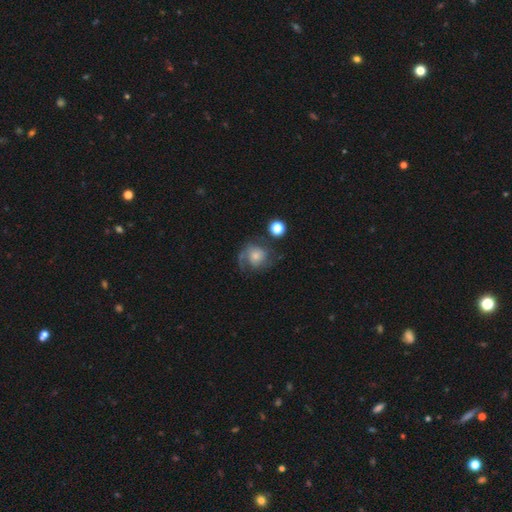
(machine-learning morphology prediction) smooth-or-featured: featured or disk: 61% | smooth: 30% | star or artifact: 9%
  disk-edge-on: no: 98% | yes: 2%
    bar: no: 77% | weak: 20% | strong: 3%
    has-spiral-arms: yes: 89% | no: 11%
      spiral-winding: medium: 44% | tight: 31% | loose: 25%
      spiral-arm-count: 2: 45% | 1: 25% | can't tell: 17% | 3: 8% | 4: 3% | more than 4: 3%
    bulge-size: small: 44% | moderate: 35% | large: 10% | none: 8% | dominant: 3%
  merging: none: 54% | minor disturbance: 21% | major disturbance: 20% | merger: 5%